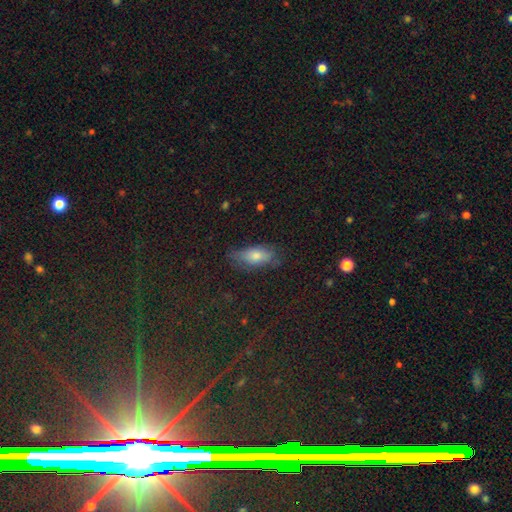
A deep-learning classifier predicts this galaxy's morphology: A smooth galaxy with no disk features (64%) that is in between round and cigar-shaped (78%).

Vote fractions:
- Smooth or featured? smooth: 64% / featured or disk: 20% / star or artifact: 16%
- How rounded? in between: 78% / cigar-shaped: 17% / round: 5%
- Merging? none: 72% / minor disturbance: 21% / major disturbance: 6% / merger: 2%